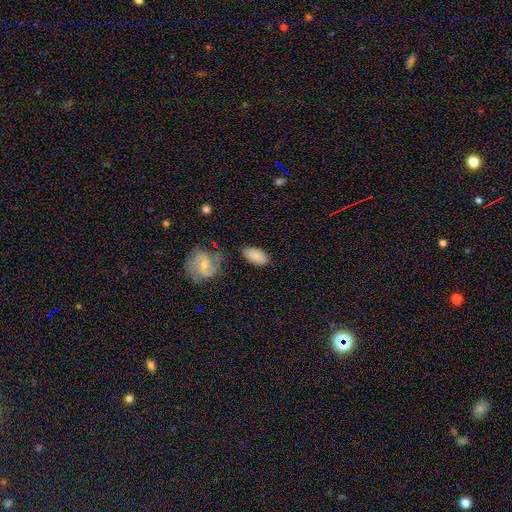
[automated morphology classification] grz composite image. It shows a smooth galaxy with no disk features (80%) that is in between round and cigar-shaped (94%). Merging: none (75%).